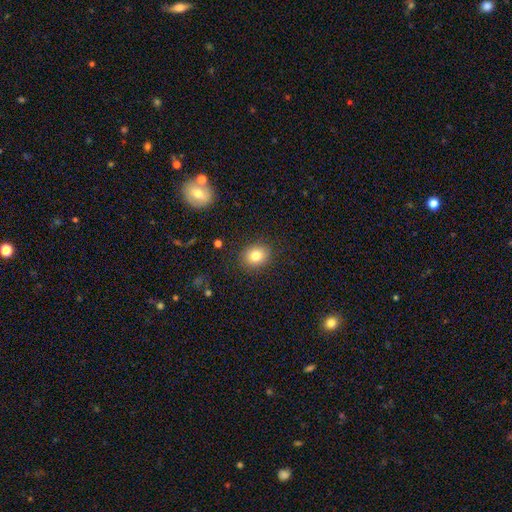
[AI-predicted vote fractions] This appears to be a smooth galaxy with no disk features (81%) that is round (64%). Merging: none (88%).